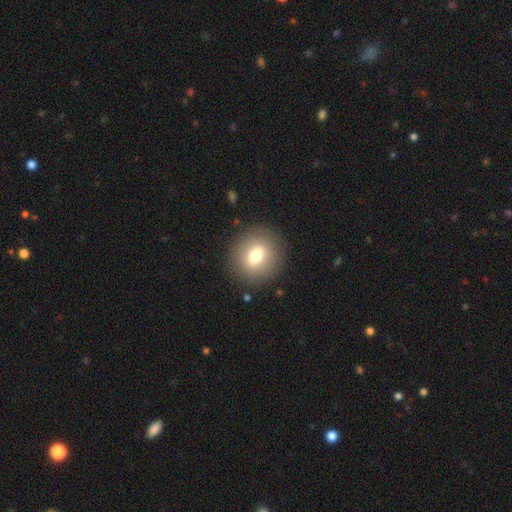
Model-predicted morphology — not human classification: type=smooth (72%); roundness=round (81%); merging=none (87%).